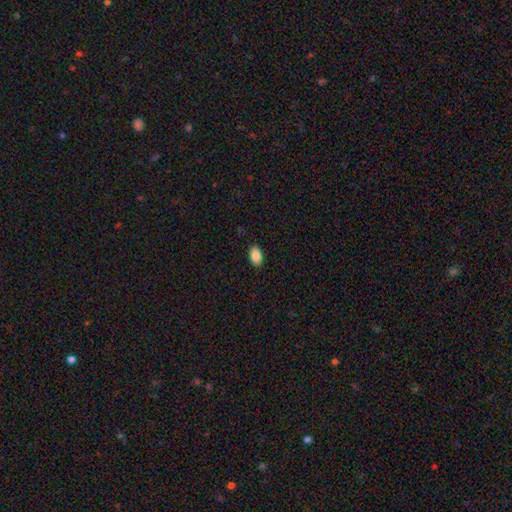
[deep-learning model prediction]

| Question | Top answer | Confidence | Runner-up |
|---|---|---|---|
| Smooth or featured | smooth | 86% | star or artifact (8%) |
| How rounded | in between | 91% | round (8%) |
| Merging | none | 89% | minor disturbance (9%) |